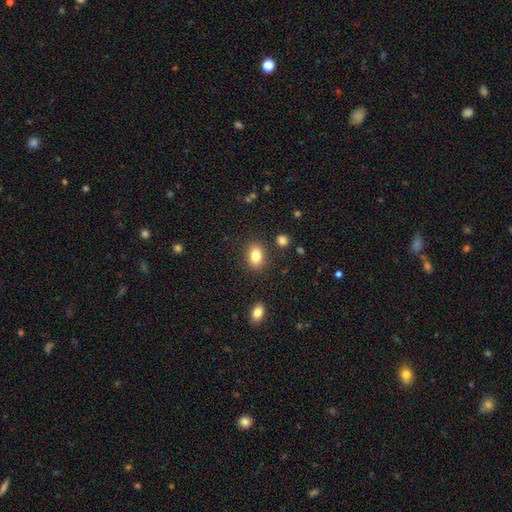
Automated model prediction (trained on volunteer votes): A smooth galaxy with no disk features (83%) that is in between round and cigar-shaped (77%).

Vote fractions:
- Smooth or featured? smooth: 83% / star or artifact: 9% / featured or disk: 8%
- How rounded? in between: 77% / round: 22% / cigar-shaped: 1%
- Merging? none: 85% / minor disturbance: 9% / merger: 3% / major disturbance: 3%